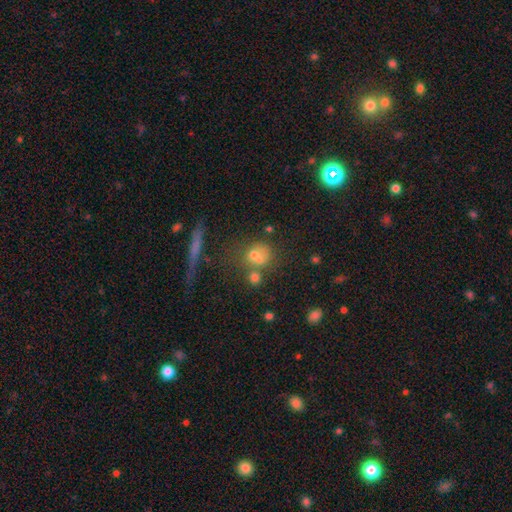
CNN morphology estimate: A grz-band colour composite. It shows a smooth galaxy with no disk features (58%) that is round (73%). Merging: none (49%).